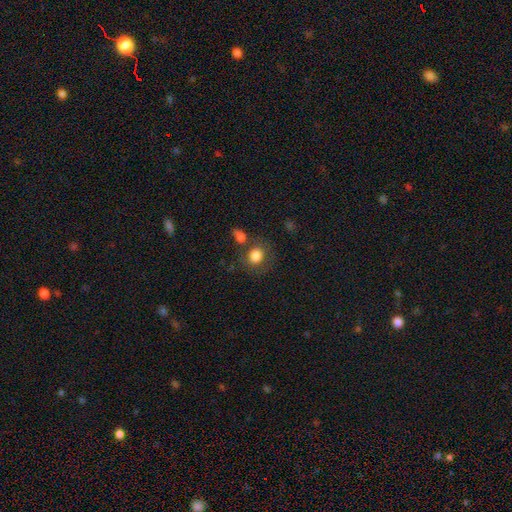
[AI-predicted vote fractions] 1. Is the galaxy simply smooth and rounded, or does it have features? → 81% smooth, 9% star or artifact, 9% featured or disk.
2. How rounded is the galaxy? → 72% round, 27% in between, 1% cigar-shaped.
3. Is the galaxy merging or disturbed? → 64% none, 16% merger, 14% minor disturbance, 6% major disturbance.